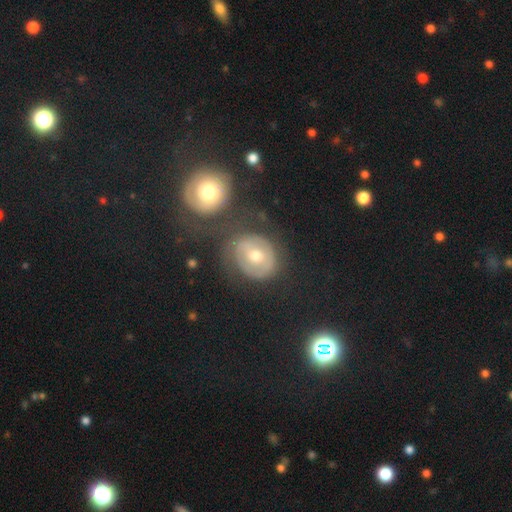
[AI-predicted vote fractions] Smooth or featured? Predicted: featured or disk (p=0.54). Edge-on disk? Predicted: no (p=0.96). Bar? Predicted: no (p=0.63). Spiral arms? Predicted: yes (p=0.53). Bulge size? Predicted: moderate (p=0.71). Merging? Predicted: none (p=0.59).